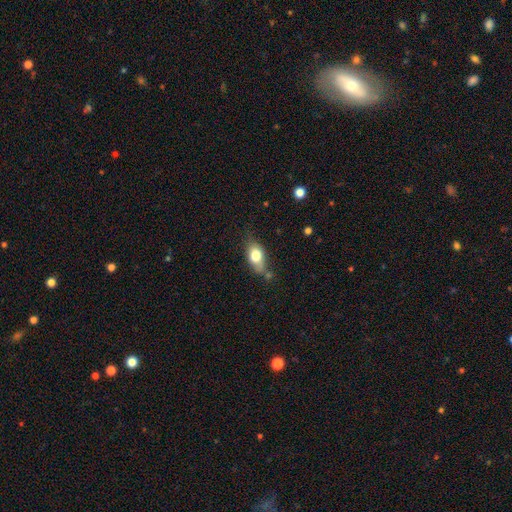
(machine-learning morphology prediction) smooth 74%, featured or disk 19%, star or artifact 8%. Down the decision tree: how rounded — in between (81%); merging — none (56%).